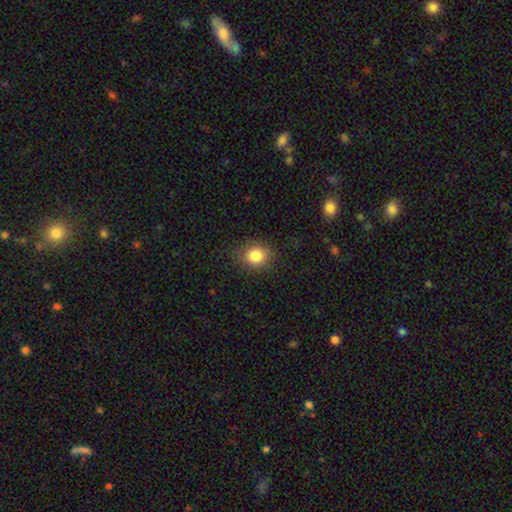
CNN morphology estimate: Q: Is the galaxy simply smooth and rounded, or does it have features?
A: smooth — 84%.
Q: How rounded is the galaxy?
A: round — 69%.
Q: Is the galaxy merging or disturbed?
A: none — 83%.